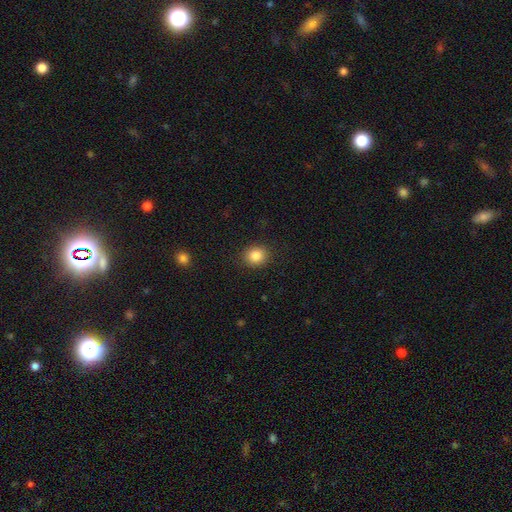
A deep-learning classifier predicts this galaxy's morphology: Smooth or featured: smooth — 85% (star or artifact — 10%)
How rounded: round — 80% (in between — 19%)
Merging: none — 90% (minor disturbance — 7%)